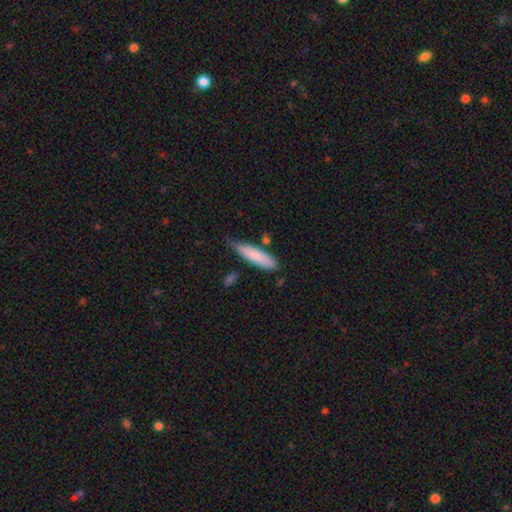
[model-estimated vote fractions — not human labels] This appears to be a smooth galaxy with no disk features (82%) that is cigar-shaped (71%). Merging: none (60%).